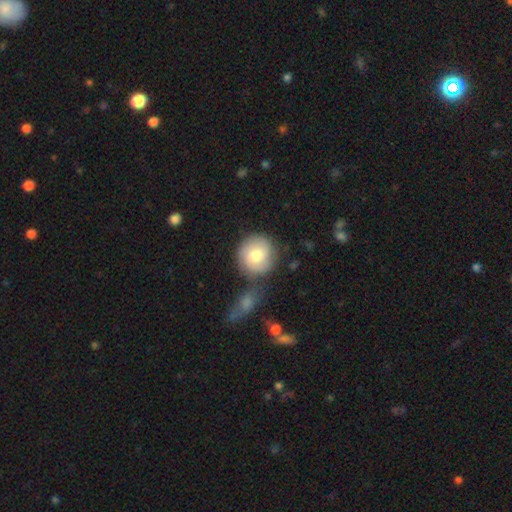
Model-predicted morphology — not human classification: type=smooth (67%); roundness=round (91%); merging=none (61%).